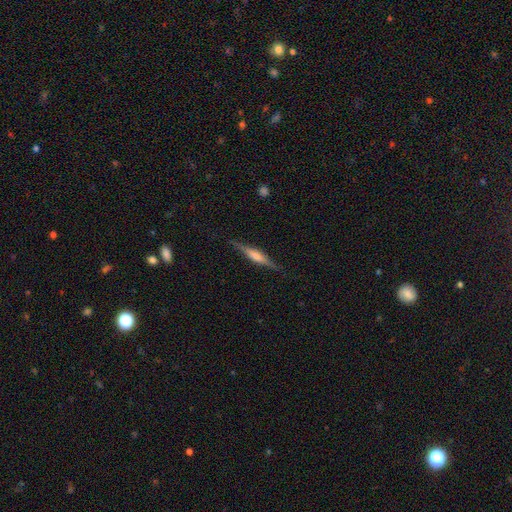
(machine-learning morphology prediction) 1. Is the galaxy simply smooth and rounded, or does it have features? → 72% featured or disk, 22% smooth, 6% star or artifact.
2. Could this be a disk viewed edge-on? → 97% yes, 3% no.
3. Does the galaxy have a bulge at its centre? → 62% rounded, 29% boxy, 9% none.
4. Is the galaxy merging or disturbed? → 87% none, 10% minor disturbance, 2% major disturbance, 1% merger.